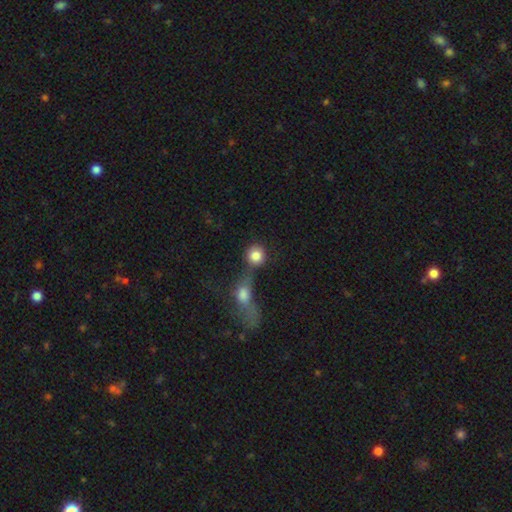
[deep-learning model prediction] smooth_or_featured: smooth (p=0.83) [alt: star or artifact p=0.09]
how_rounded: round (p=0.89) [alt: in between p=0.10]
merging: none (p=0.45) [alt: merger p=0.40]